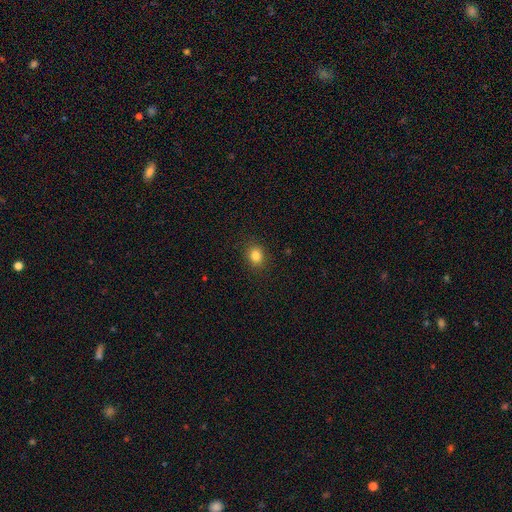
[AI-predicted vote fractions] Smooth or featured?
  - smooth: 83% *
  - star or artifact: 12%
  - featured or disk: 5%
How rounded?
  - round: 64% *
  - in between: 35%
  - cigar-shaped: 1%
Merging?
  - none: 89% *
  - minor disturbance: 8%
  - major disturbance: 2%
  - merger: 1%